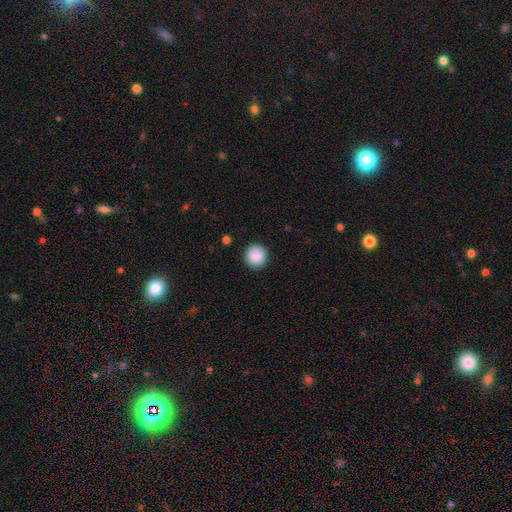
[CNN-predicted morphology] type=smooth (89%); roundness=round (96%); merging=none (92%).